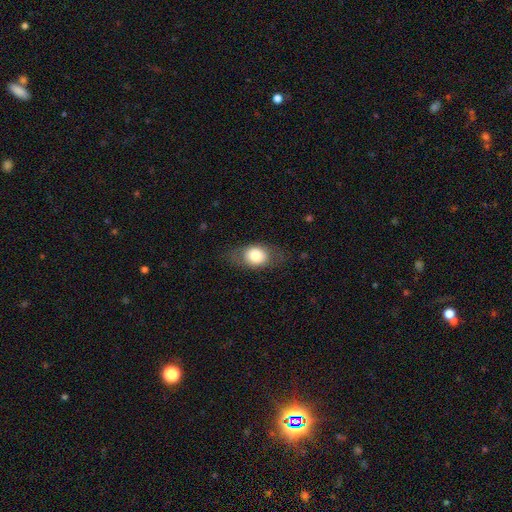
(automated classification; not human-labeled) This appears to be a smooth galaxy with no disk features (71%) that is in between round and cigar-shaped (60%). Merging: none (75%).